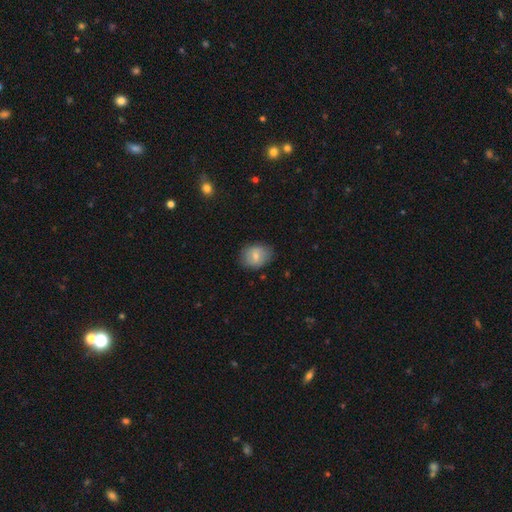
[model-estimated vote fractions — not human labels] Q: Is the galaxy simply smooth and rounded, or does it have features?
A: smooth — 69%.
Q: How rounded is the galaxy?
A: in between — 59%.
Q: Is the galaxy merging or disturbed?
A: none — 81%.